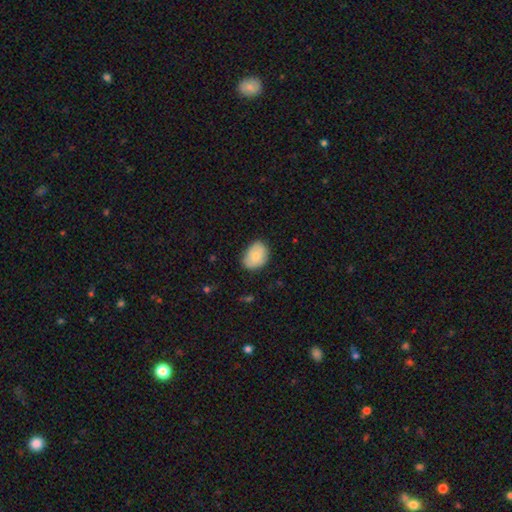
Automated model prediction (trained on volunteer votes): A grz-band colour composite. It shows a smooth galaxy with no disk features (79%) that is in between round and cigar-shaped (69%). Merging: none (71%).